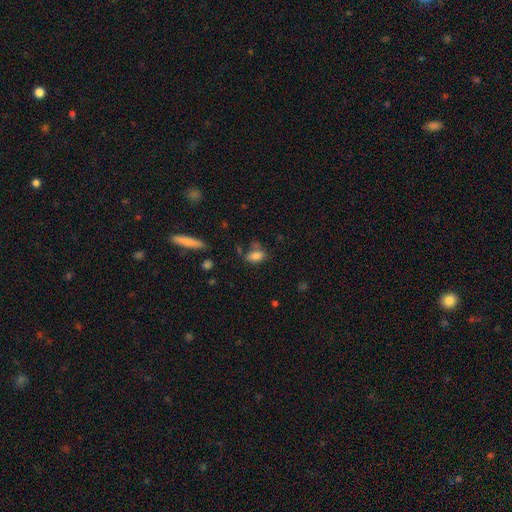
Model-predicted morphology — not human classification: This is clearly a smooth galaxy (82%). How rounded: clearly in between (87%). Merging: possibly none (60%).